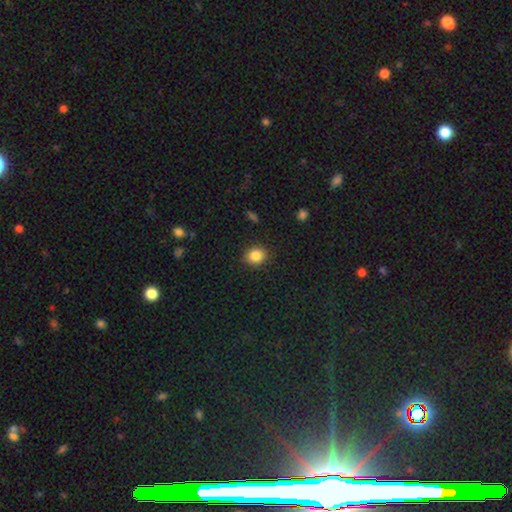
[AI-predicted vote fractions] A smooth galaxy with no disk features (85%) that is round (69%).

Vote fractions:
- Smooth or featured? smooth: 85% / star or artifact: 10% / featured or disk: 5%
- How rounded? round: 69% / in between: 30% / cigar-shaped: 1%
- Merging? none: 88% / minor disturbance: 8% / major disturbance: 2% / merger: 1%